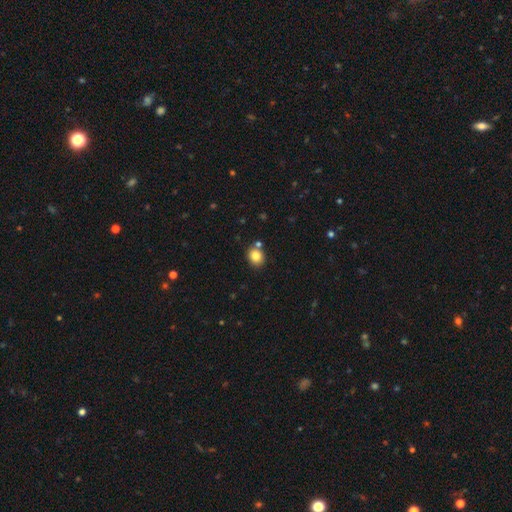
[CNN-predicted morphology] type=smooth (83%); roundness=round (68%); merging=none (77%).